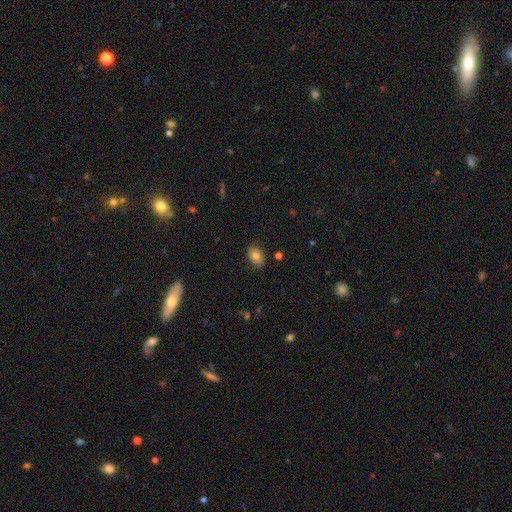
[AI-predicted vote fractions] Overall: smooth (76%). How rounded: in between (75%). Merging: none (81%).